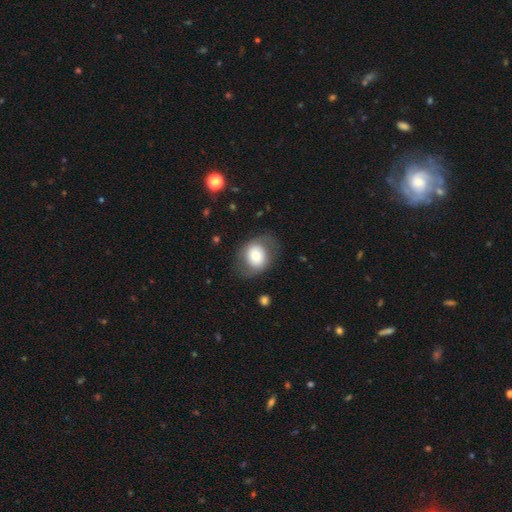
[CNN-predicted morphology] smooth_or_featured: smooth (p=0.61) [alt: featured or disk p=0.31]
how_rounded: round (p=0.56) [alt: in between p=0.43]
merging: none (p=0.70) [alt: minor disturbance p=0.17]